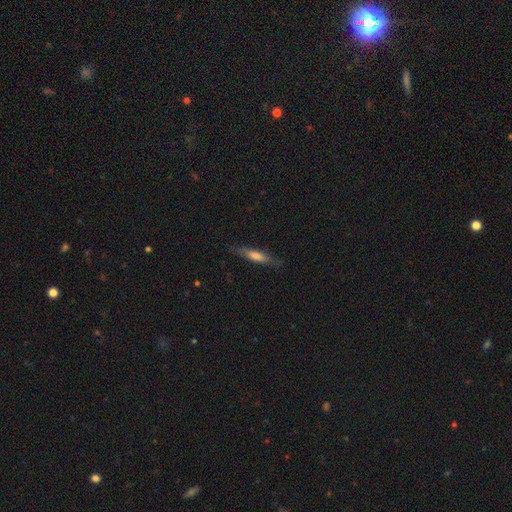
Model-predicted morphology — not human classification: Smooth or featured? Predicted: smooth (p=0.51). How rounded? Predicted: cigar-shaped (p=0.85). Merging? Predicted: none (p=0.84).